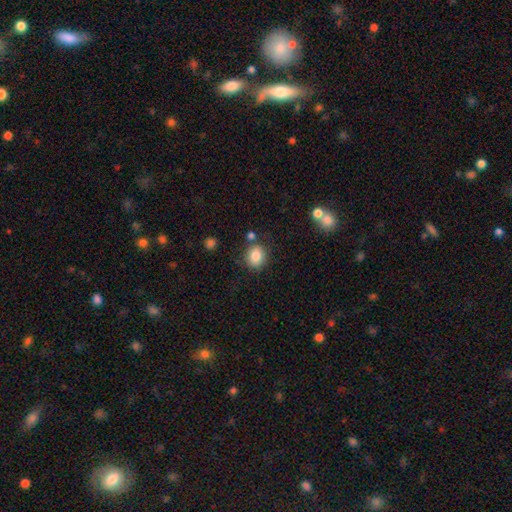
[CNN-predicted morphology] Smooth or featured: smooth — 84% (star or artifact — 10%)
How rounded: round — 69% (in between — 30%)
Merging: none — 78% (minor disturbance — 12%)